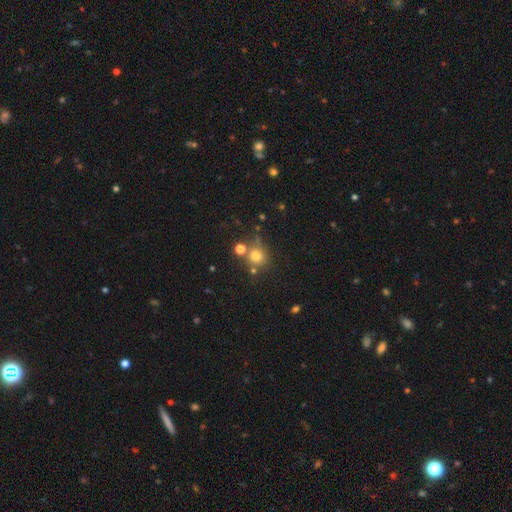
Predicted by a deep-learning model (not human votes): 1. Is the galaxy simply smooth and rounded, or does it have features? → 75% smooth, 16% star or artifact, 9% featured or disk.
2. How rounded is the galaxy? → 86% round, 13% in between, 1% cigar-shaped.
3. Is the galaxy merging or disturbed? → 64% none, 17% merger, 13% minor disturbance, 5% major disturbance.